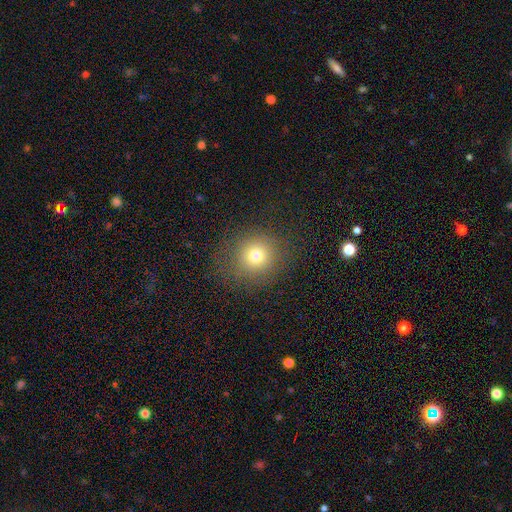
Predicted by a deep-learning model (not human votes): This is likely a smooth galaxy (73%). How rounded: clearly round (91%). Merging: clearly none (84%).